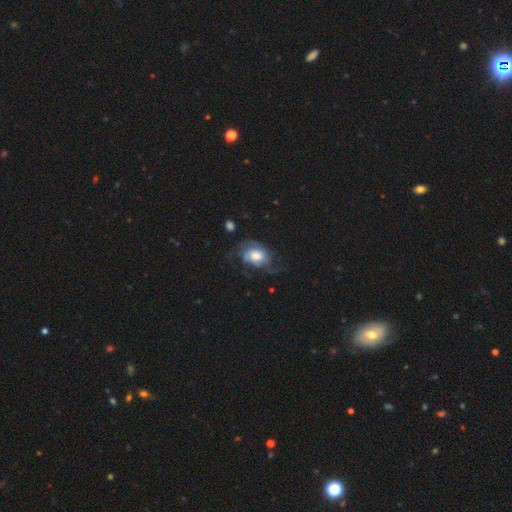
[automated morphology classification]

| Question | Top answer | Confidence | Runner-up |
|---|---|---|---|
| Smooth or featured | featured or disk | 69% | smooth (24%) |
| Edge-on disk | no | 97% | yes (3%) |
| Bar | no | 67% | weak (27%) |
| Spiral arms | yes | 90% | no (10%) |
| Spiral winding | medium | 43% | loose (31%) |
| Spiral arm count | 2 | 42% | 3 (21%) |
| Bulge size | large | 44% | moderate (39%) |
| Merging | none | 50% | major disturbance (26%) |